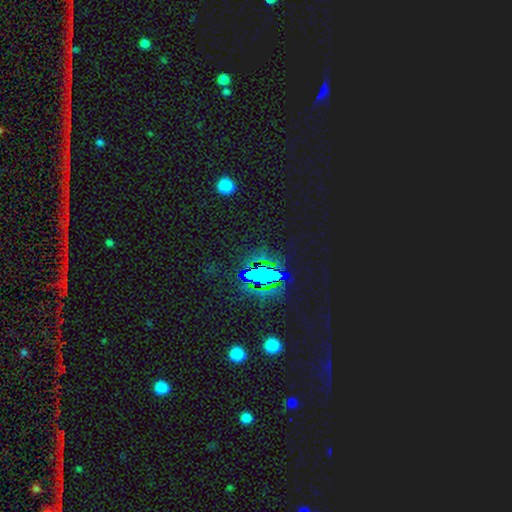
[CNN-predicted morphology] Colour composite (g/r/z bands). It shows a star or artifact, not a galaxy (85%).